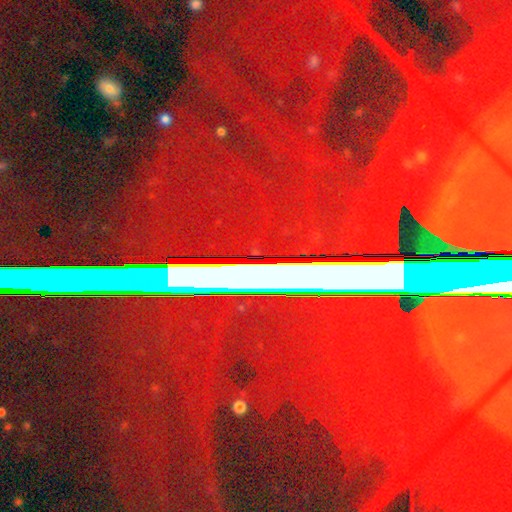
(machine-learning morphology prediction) This is likely a star or artifact rather than a galaxy (73%).